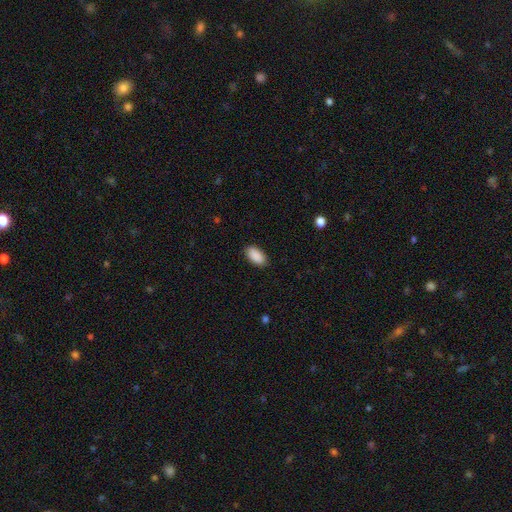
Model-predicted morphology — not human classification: Smooth or featured: smooth — 91% (star or artifact — 6%)
How rounded: in between — 94% (round — 3%)
Merging: none — 88% (minor disturbance — 9%)